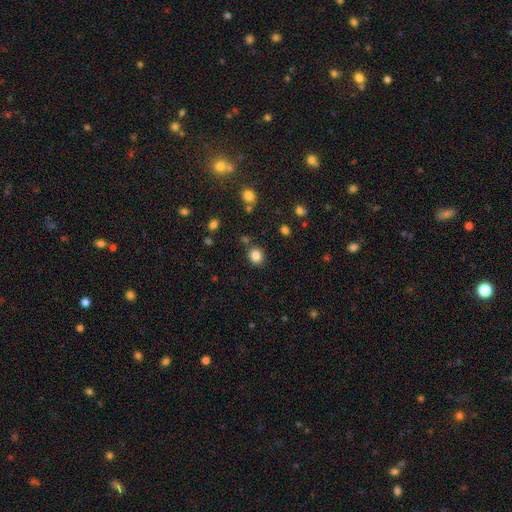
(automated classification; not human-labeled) smooth 84%, star or artifact 11%, featured or disk 5%. Down the decision tree: how rounded — round (74%); merging — none (85%).